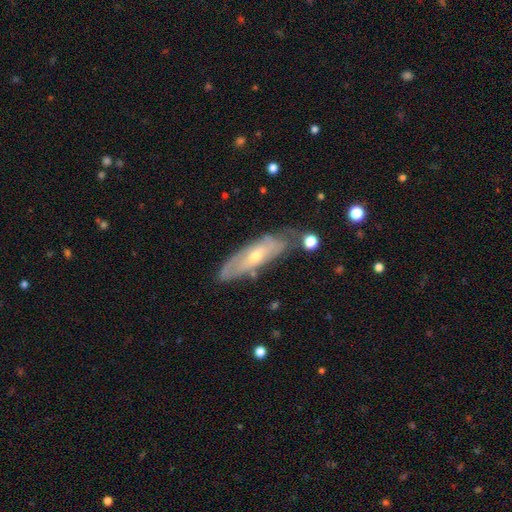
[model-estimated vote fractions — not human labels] Smooth or featured? Predicted: featured or disk (p=0.67). Edge-on disk? Predicted: no (p=0.72). Merging? Predicted: none (p=0.62).